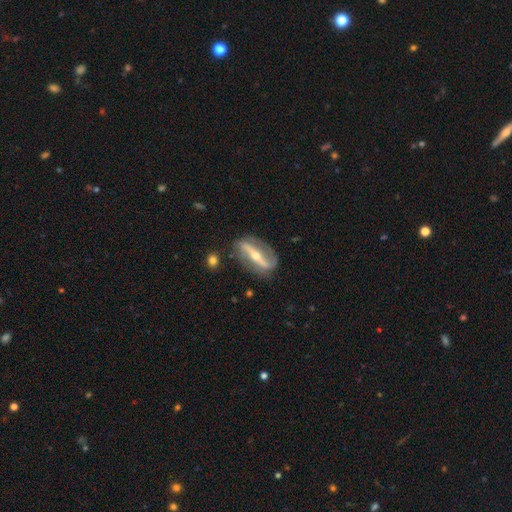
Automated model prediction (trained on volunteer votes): This is clearly a featured or disk galaxy (85%). It is likely not viewed edge-on (75%). Bar: clearly strong (80%). Spiral arm pattern: likely yes (78%). Central bulge: possibly small (51%). Merging: likely none (79%).